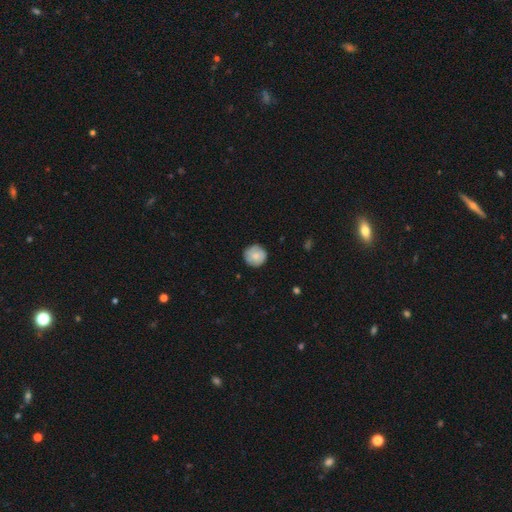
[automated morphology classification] This is likely a smooth galaxy (75%). How rounded: clearly round (94%). Merging: clearly none (82%).